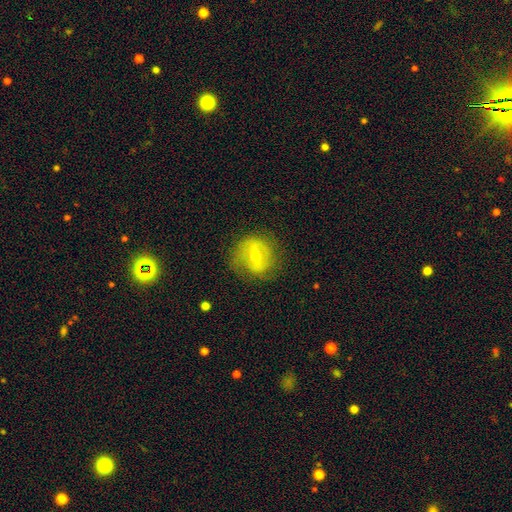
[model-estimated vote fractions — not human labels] A featured or disk galaxy (58%) with a strong bar (42%), spiral arms (53%) and a moderate central bulge (51%). Merging: none (71%).